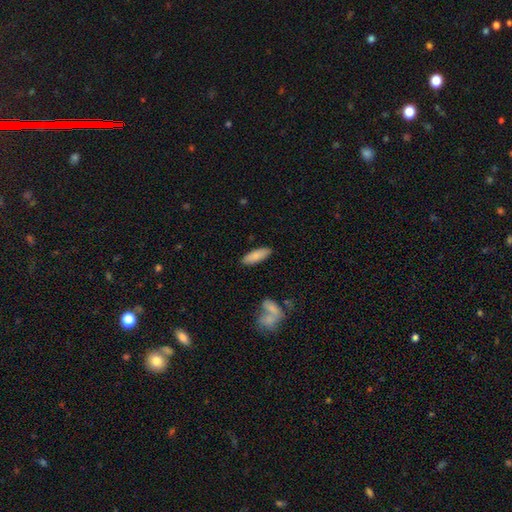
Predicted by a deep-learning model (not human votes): Smooth or featured? smooth (84%)
How rounded? in between (57%)
Merging? none (87%)